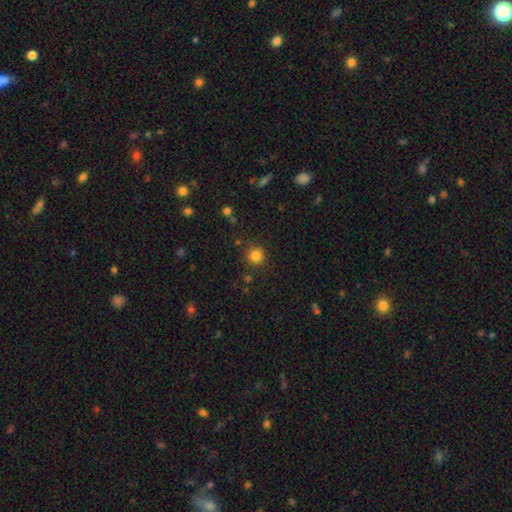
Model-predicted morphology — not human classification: Smooth or featured?
  - smooth: 83% *
  - star or artifact: 13%
  - featured or disk: 4%
How rounded?
  - round: 94% *
  - in between: 5%
  - cigar-shaped: 1%
Merging?
  - none: 86% *
  - minor disturbance: 8%
  - major disturbance: 3%
  - merger: 3%